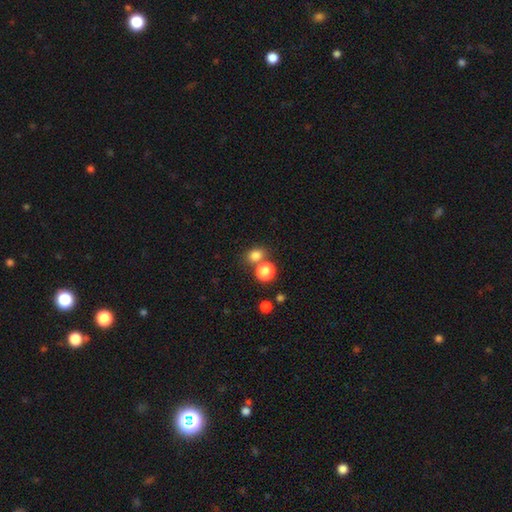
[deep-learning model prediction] Morphology: type=smooth (79%); roundness=round (62%); merging=none (65%).